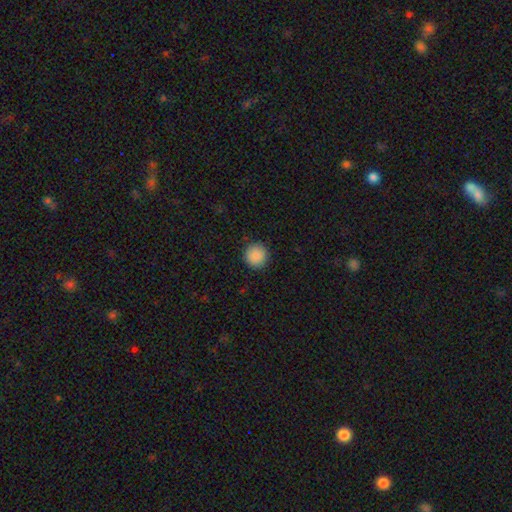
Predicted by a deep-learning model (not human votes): A smooth galaxy with no disk features (89%) that is round (95%). Merging: none (91%).